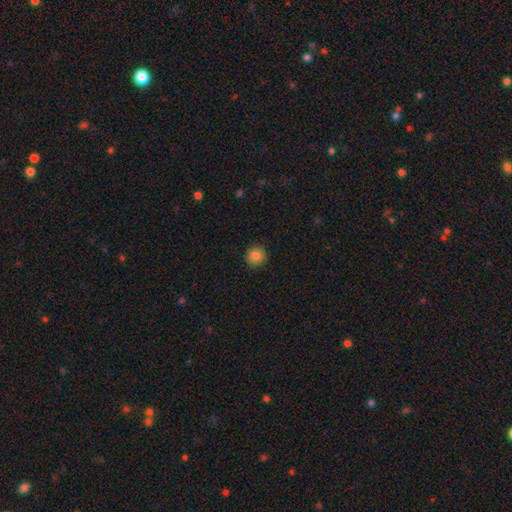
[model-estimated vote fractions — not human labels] Smooth or featured: smooth — 85% (star or artifact — 10%)
How rounded: round — 91% (in between — 8%)
Merging: none — 90% (minor disturbance — 8%)